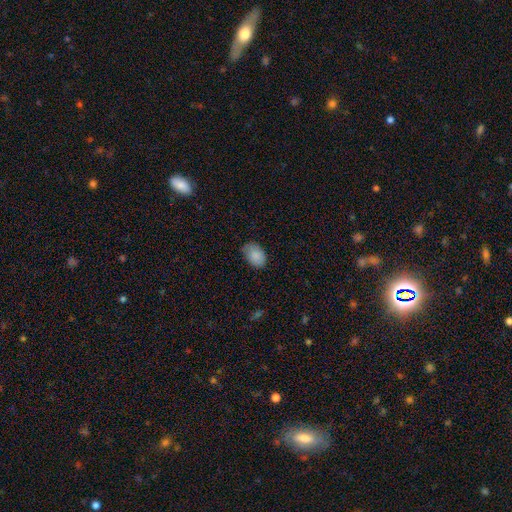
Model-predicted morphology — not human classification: Overall: smooth (87%). How rounded: in between (86%). Merging: none (69%).